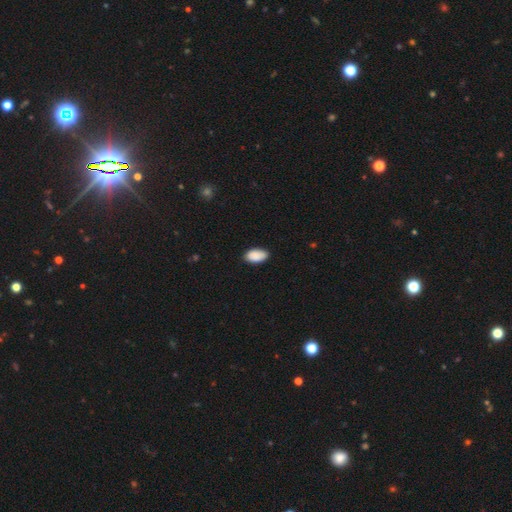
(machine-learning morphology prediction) Smooth or featured?
  - smooth: 90% *
  - star or artifact: 7%
  - featured or disk: 3%
How rounded?
  - in between: 93% *
  - round: 5%
  - cigar-shaped: 2%
Merging?
  - none: 84% *
  - minor disturbance: 13%
  - major disturbance: 2%
  - merger: 1%